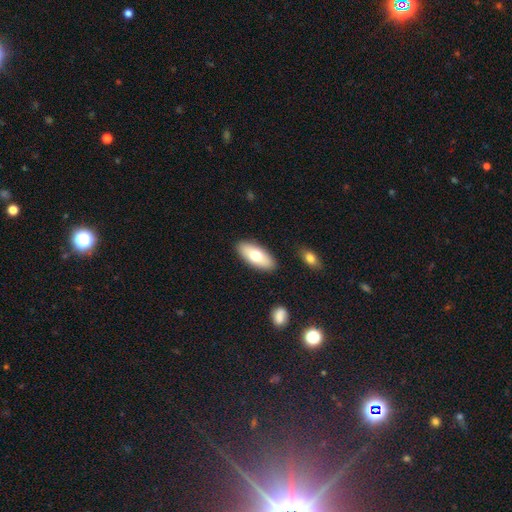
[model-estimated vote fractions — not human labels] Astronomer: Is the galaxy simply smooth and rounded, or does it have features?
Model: smooth — 70%.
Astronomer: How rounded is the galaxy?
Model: in between — 84%.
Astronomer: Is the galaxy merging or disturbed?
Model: none — 88%.